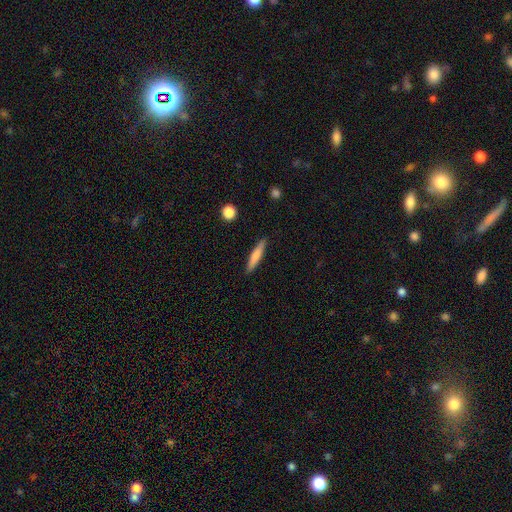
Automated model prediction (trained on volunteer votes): smooth-or-featured: smooth: 71% | featured or disk: 23% | star or artifact: 6%
  how-rounded: cigar-shaped: 89% | in between: 9% | round: 2%
  merging: none: 89% | minor disturbance: 8% | major disturbance: 2% | merger: 1%